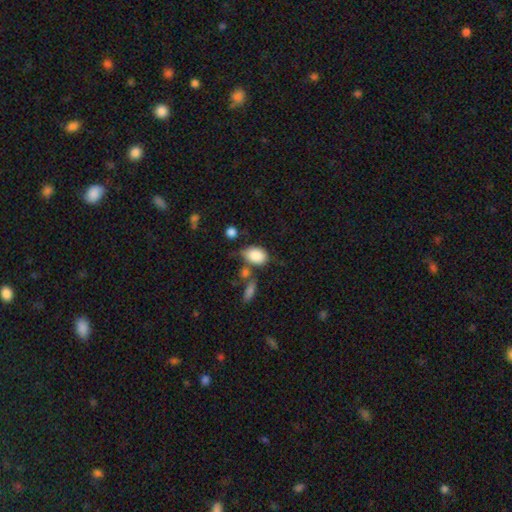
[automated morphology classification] A smooth galaxy with no disk features (85%) that is in between round and cigar-shaped (83%). Merging: none (50%).